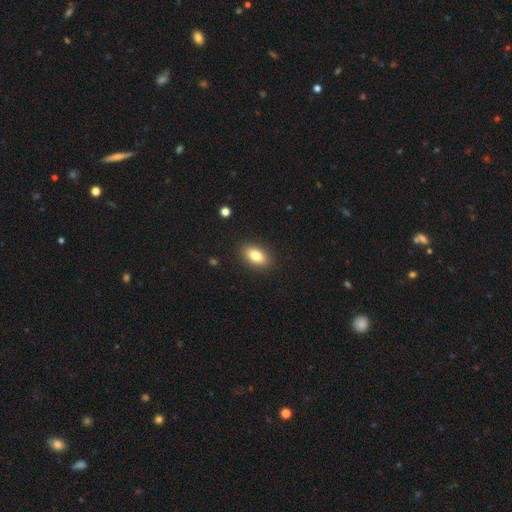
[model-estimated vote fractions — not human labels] Smooth or featured: smooth — 82% (featured or disk — 10%)
How rounded: in between — 90% (round — 7%)
Merging: none — 88% (minor disturbance — 8%)